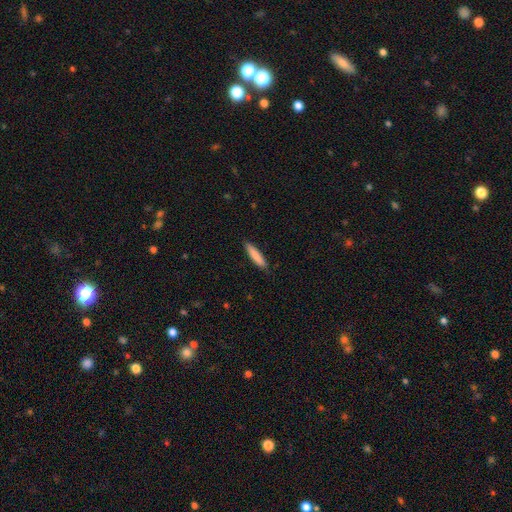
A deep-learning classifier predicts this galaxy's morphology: smooth_or_featured: smooth (p=0.83) [alt: featured or disk p=0.11]
how_rounded: cigar-shaped (p=0.86) [alt: in between p=0.13]
merging: none (p=0.86) [alt: minor disturbance p=0.11]